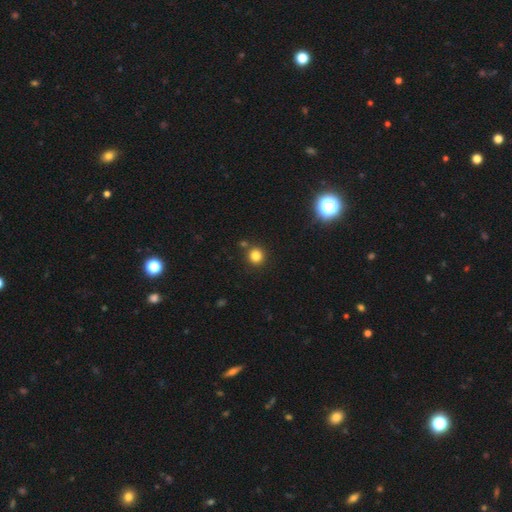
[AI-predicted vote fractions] This is clearly a smooth galaxy (82%). How rounded: clearly round (91%). Merging: clearly none (84%).